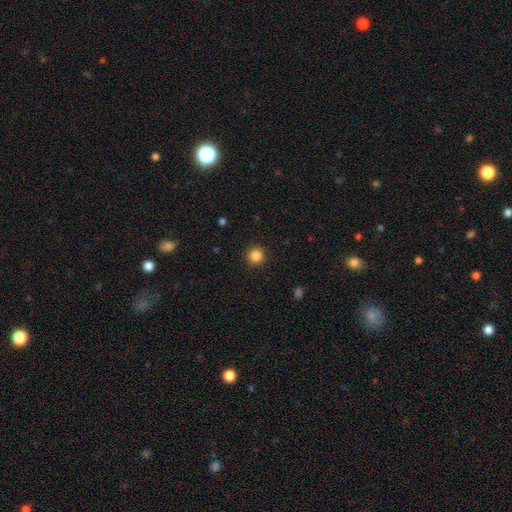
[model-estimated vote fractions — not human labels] smooth 85%, star or artifact 11%, featured or disk 4%. Down the decision tree: how rounded — round (95%); merging — none (92%).